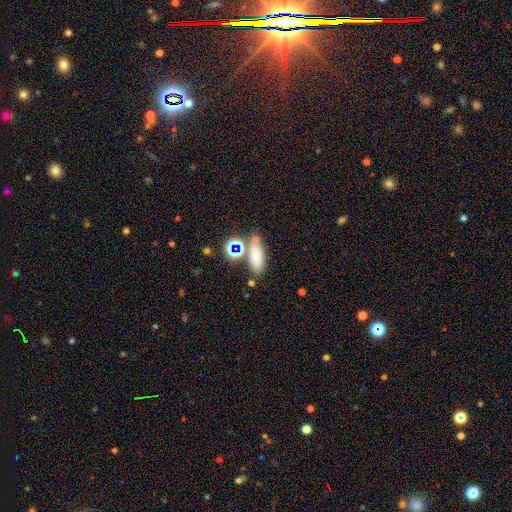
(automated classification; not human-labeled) Smooth or featured: smooth — 71% (star or artifact — 18%)
How rounded: in between — 69% (cigar-shaped — 20%)
Merging: none — 64% (merger — 18%)